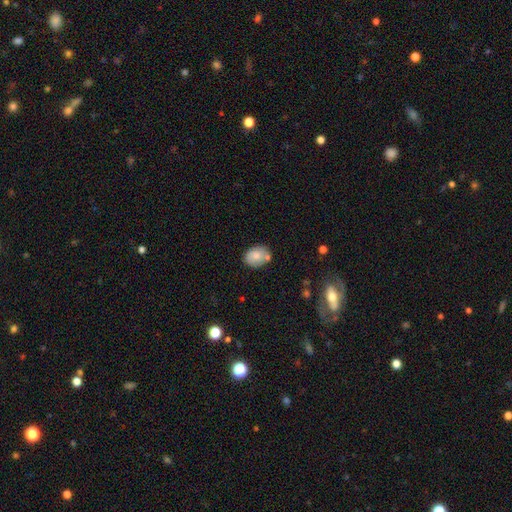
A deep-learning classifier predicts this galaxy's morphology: Smooth or featured? smooth (76%)
How rounded? in between (67%)
Merging? none (69%)